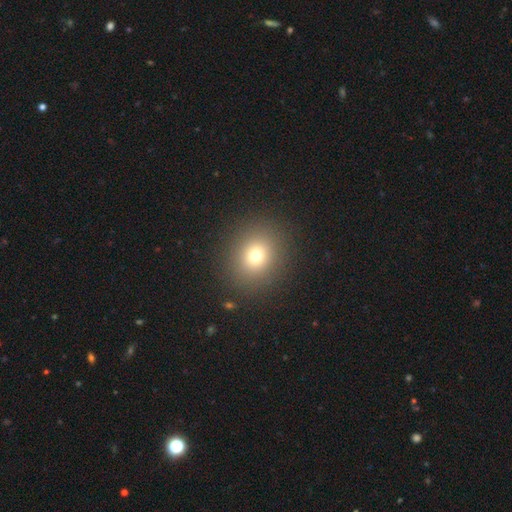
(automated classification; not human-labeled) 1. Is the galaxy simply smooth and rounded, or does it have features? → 73% smooth, 16% star or artifact, 11% featured or disk.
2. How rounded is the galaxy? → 80% round, 19% in between, 1% cigar-shaped.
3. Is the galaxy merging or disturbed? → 89% none, 6% minor disturbance, 4% major disturbance, 1% merger.